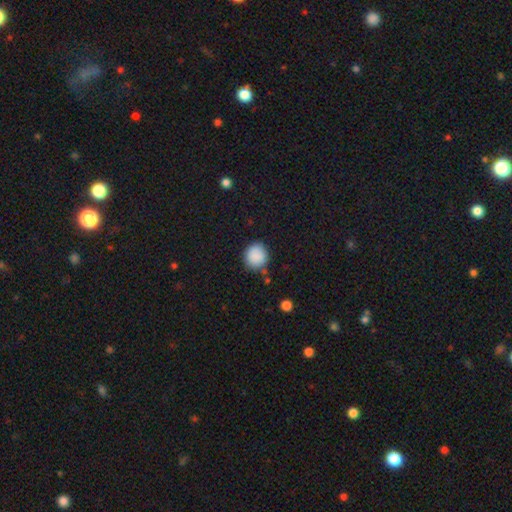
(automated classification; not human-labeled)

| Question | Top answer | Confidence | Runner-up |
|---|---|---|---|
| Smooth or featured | smooth | 88% | star or artifact (8%) |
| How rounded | round | 88% | in between (11%) |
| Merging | none | 80% | minor disturbance (13%) |